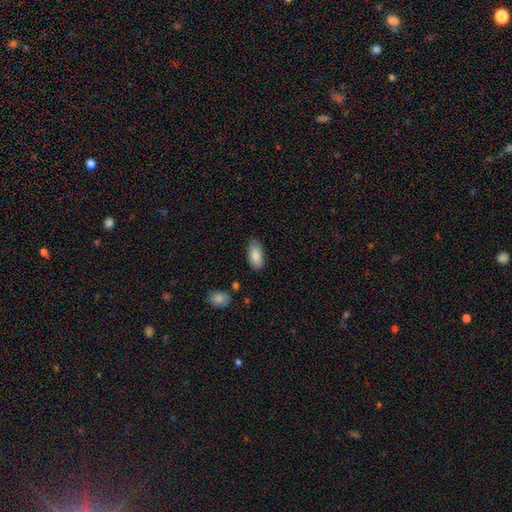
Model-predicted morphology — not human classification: smooth-or-featured: smooth: 85% | featured or disk: 8% | star or artifact: 7%
  how-rounded: in between: 91% | cigar-shaped: 7% | round: 2%
  merging: none: 79% | minor disturbance: 16% | major disturbance: 3% | merger: 2%